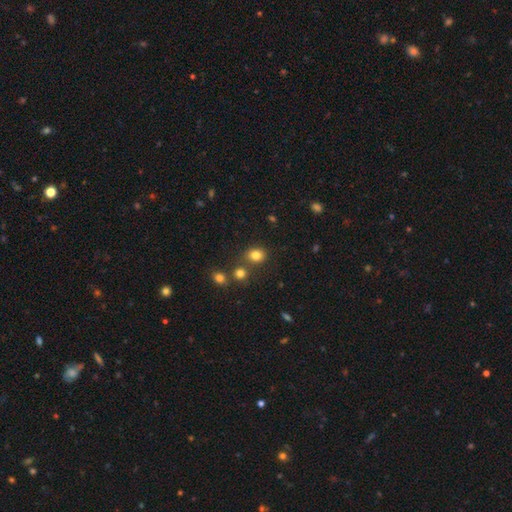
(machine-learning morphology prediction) Smooth or featured?
  - smooth: 81% *
  - star or artifact: 13%
  - featured or disk: 6%
How rounded?
  - round: 66% *
  - in between: 33%
  - cigar-shaped: 1%
Merging?
  - none: 72% *
  - merger: 14%
  - minor disturbance: 11%
  - major disturbance: 4%